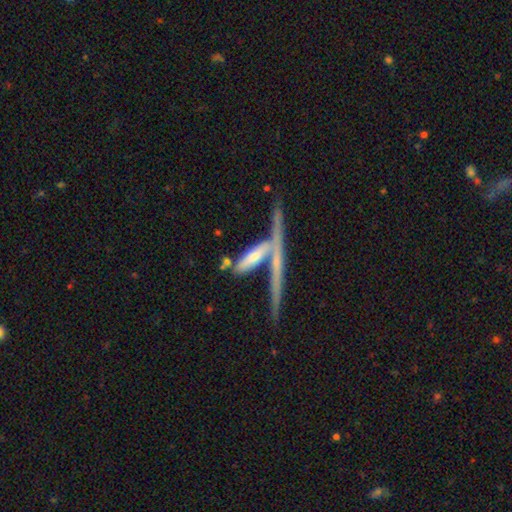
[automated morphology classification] Smooth or featured: featured or disk — 55% (smooth — 37%)
Edge-on disk: yes — 78% (no — 22%)
Merging: none — 40% (merger — 39%)